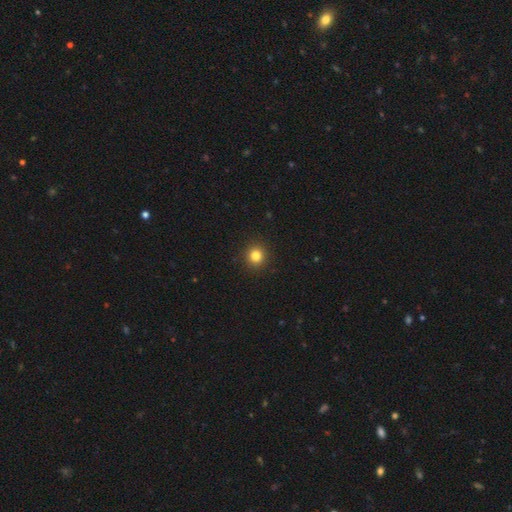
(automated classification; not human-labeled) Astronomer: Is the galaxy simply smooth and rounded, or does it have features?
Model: smooth — 82%.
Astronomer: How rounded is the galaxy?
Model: round — 91%.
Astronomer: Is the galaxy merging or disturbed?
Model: none — 92%.